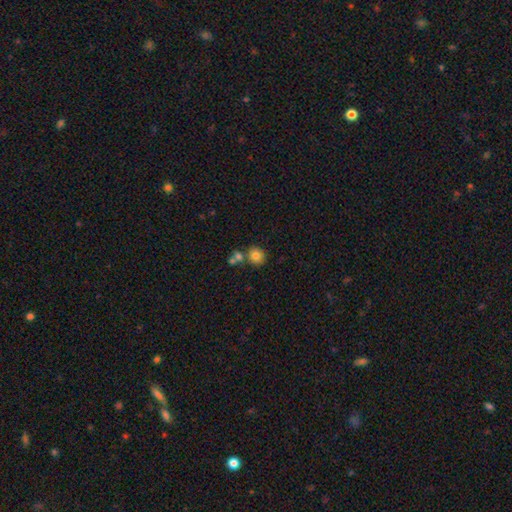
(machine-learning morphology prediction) This is likely a smooth galaxy (80%). How rounded: clearly round (82%). Merging: likely none (64%).